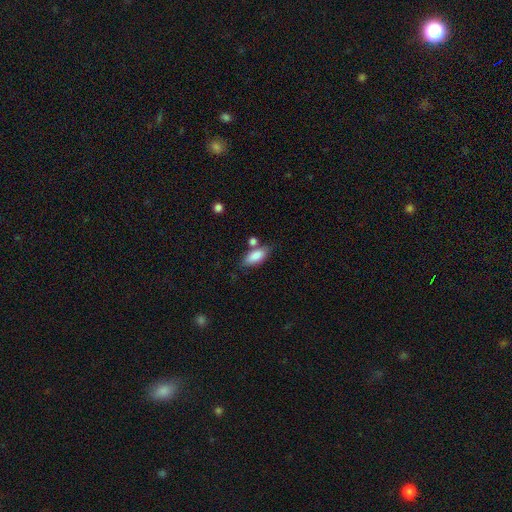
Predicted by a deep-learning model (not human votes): smooth-or-featured: smooth: 83% | featured or disk: 10% | star or artifact: 7%
  how-rounded: in between: 84% | cigar-shaped: 13% | round: 3%
  merging: none: 66% | minor disturbance: 16% | merger: 14% | major disturbance: 4%